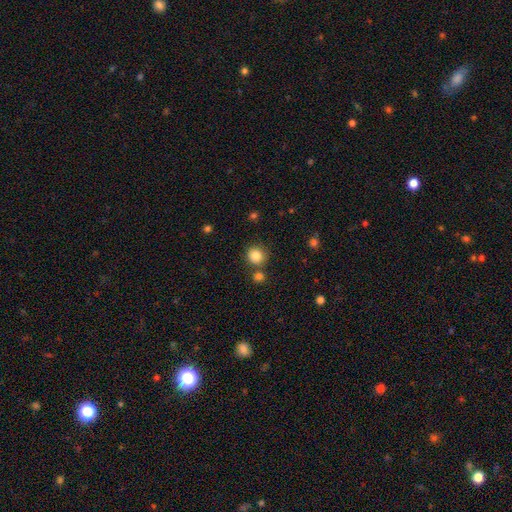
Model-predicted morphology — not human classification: smooth_or_featured: smooth (p=0.85) [alt: star or artifact p=0.11]
how_rounded: round (p=0.89) [alt: in between p=0.10]
merging: none (p=0.77) [alt: merger p=0.11]